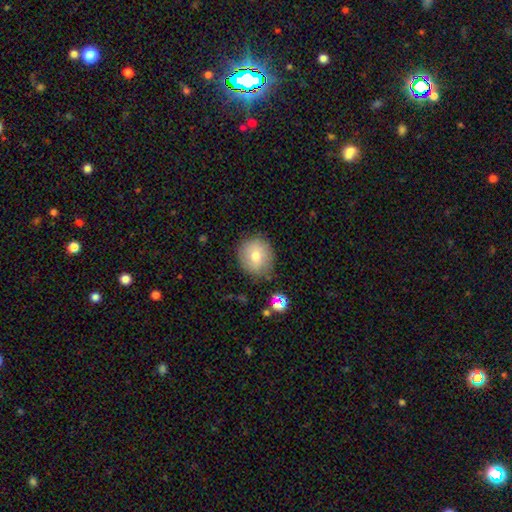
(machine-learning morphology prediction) smooth-or-featured: smooth: 72% | featured or disk: 17% | star or artifact: 10%
  how-rounded: round: 85% | in between: 14% | cigar-shaped: 1%
  merging: none: 81% | minor disturbance: 13% | major disturbance: 3% | merger: 2%